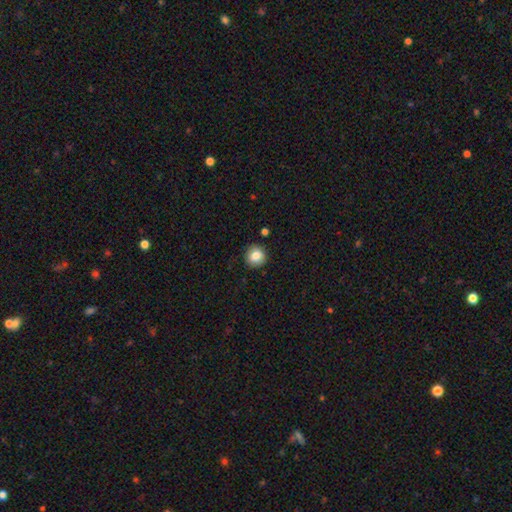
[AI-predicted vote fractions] smooth 84%, star or artifact 9%, featured or disk 7%. Down the decision tree: how rounded — round (92%); merging — none (88%).